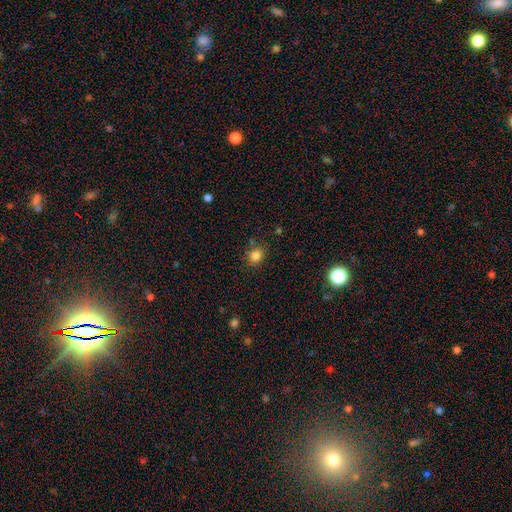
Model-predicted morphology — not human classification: This is clearly a smooth galaxy (82%). How rounded: likely round (75%). Merging: likely none (78%).